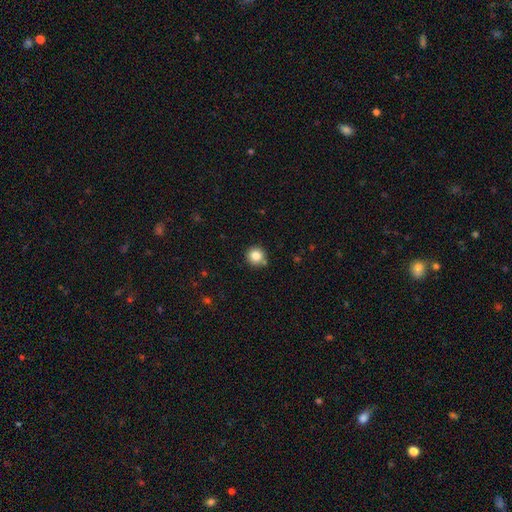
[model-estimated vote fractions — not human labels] This is clearly a smooth galaxy (83%). How rounded: clearly round (94%). Merging: clearly none (83%).